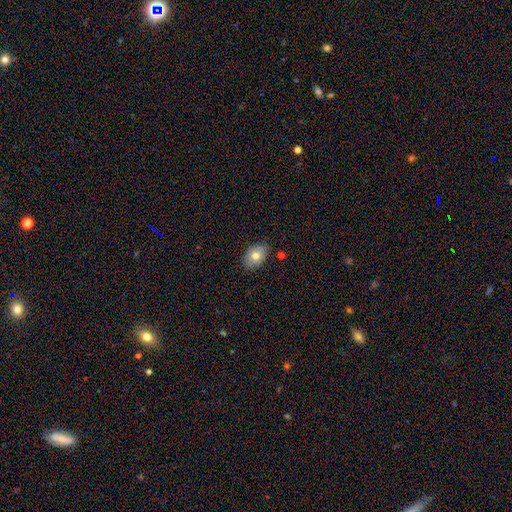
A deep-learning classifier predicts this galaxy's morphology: smooth_or_featured: smooth (p=0.76) [alt: featured or disk p=0.16]
how_rounded: in between (p=0.81) [alt: round p=0.17]
merging: none (p=0.83) [alt: minor disturbance p=0.13]